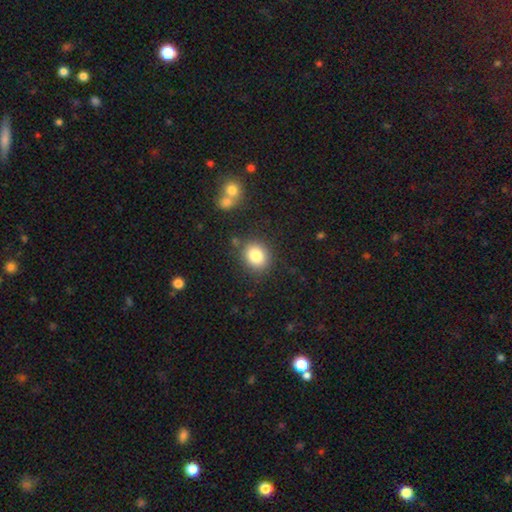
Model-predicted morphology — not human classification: Smooth or featured? Predicted: smooth (p=0.82). How rounded? Predicted: round (p=0.71). Merging? Predicted: none (p=0.83).